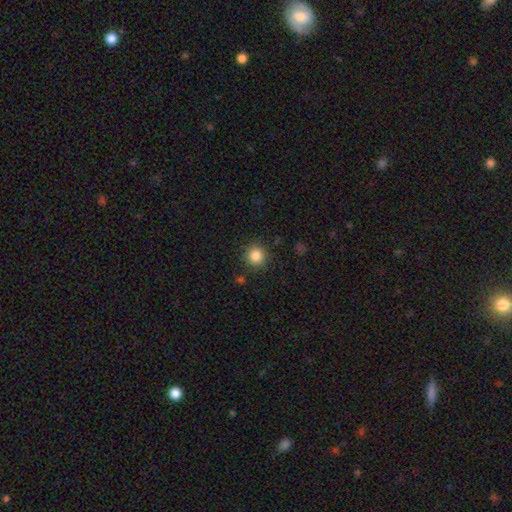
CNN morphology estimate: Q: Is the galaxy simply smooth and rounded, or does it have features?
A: smooth — 85%.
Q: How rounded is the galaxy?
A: round — 92%.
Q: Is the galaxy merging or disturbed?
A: none — 88%.